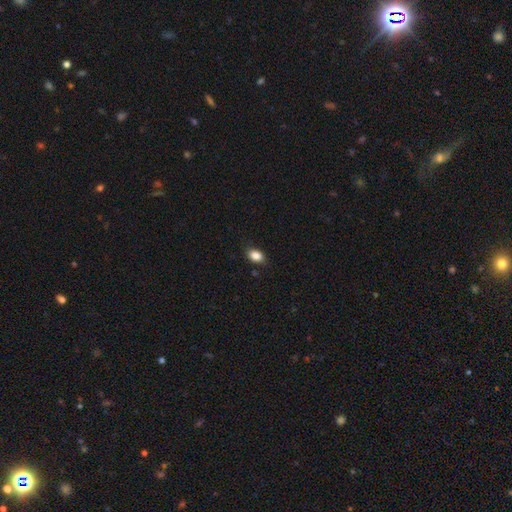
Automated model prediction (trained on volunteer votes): This appears to be a smooth galaxy with no disk features (86%) that is in between round and cigar-shaped (84%). Merging: none (85%).